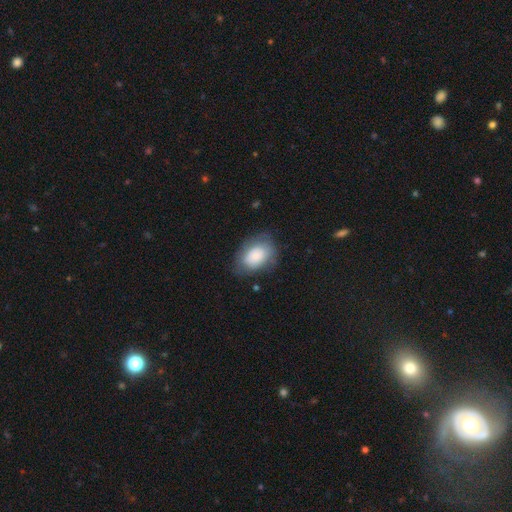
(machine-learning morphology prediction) Overall: smooth (76%). How rounded: in between (81%). Merging: none (66%).